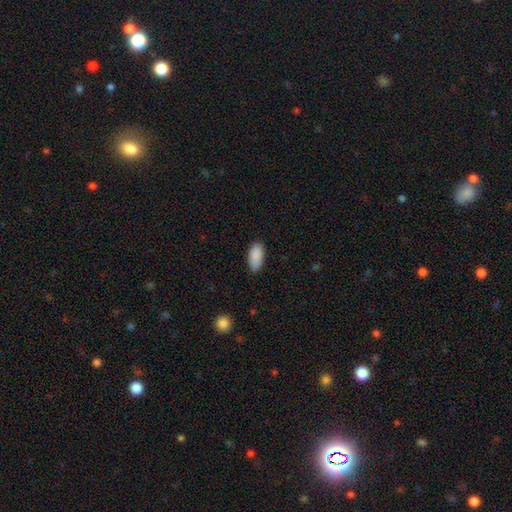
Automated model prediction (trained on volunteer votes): A smooth galaxy with no disk features (90%) that is in between round and cigar-shaped (91%).

Vote fractions:
- Smooth or featured? smooth: 90% / star or artifact: 6% / featured or disk: 4%
- How rounded? in between: 91% / cigar-shaped: 7% / round: 2%
- Merging? none: 83% / minor disturbance: 14% / major disturbance: 2% / merger: 1%